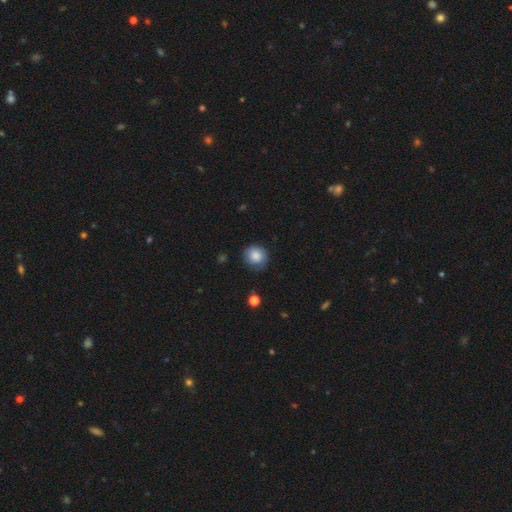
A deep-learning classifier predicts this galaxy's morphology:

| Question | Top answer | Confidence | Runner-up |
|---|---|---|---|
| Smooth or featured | smooth | 80% | featured or disk (12%) |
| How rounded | round | 87% | in between (12%) |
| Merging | none | 74% | minor disturbance (20%) |